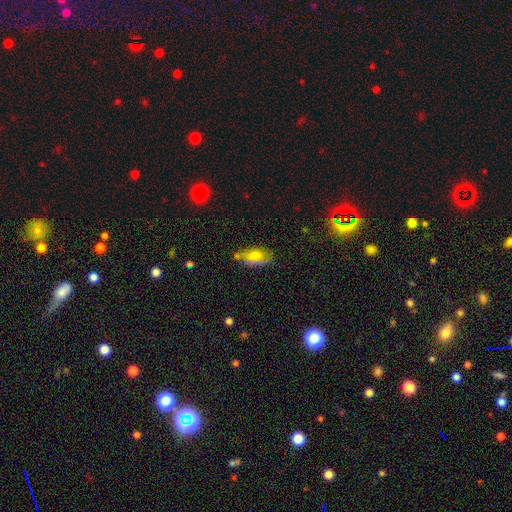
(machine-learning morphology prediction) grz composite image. It shows a smooth galaxy with no disk features (59%) that is in between round and cigar-shaped (88%). Merging: none (69%).